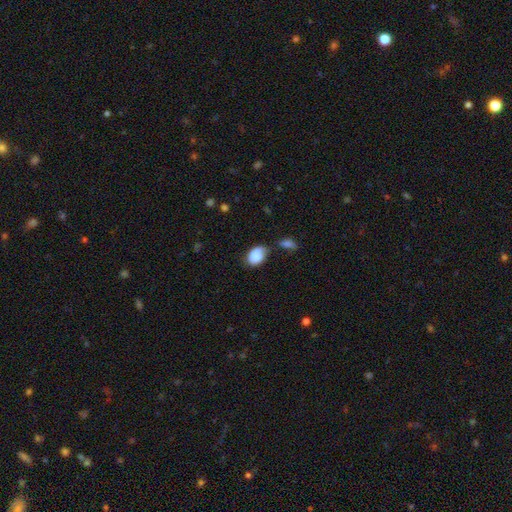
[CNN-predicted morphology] This is likely a smooth galaxy (76%). How rounded: likely in between (79%). Merging: marginally none (38%).